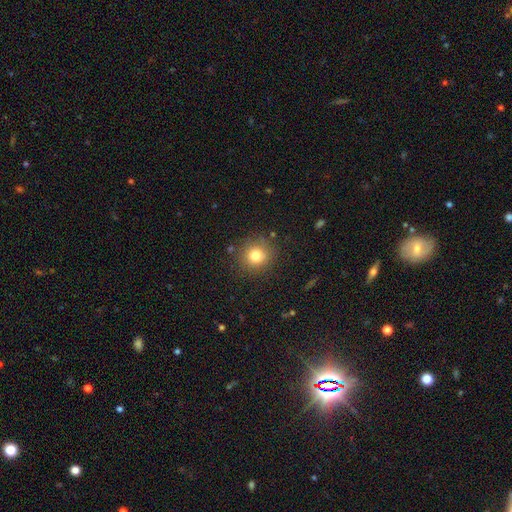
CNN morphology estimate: Smooth or featured: smooth — 78% (star or artifact — 14%)
How rounded: round — 91% (in between — 8%)
Merging: none — 86% (minor disturbance — 9%)